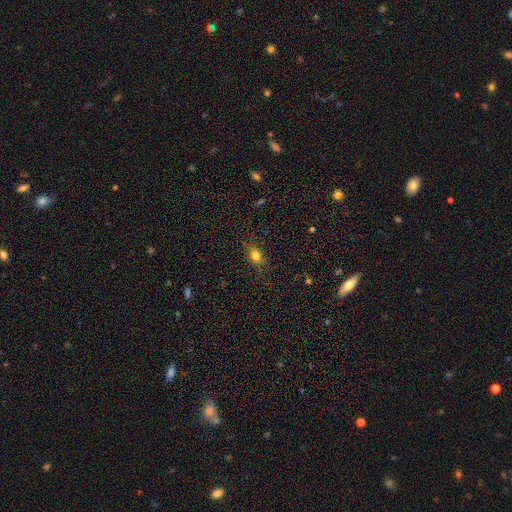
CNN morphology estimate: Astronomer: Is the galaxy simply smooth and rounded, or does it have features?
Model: smooth — 76%.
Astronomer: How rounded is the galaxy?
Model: in between — 62%.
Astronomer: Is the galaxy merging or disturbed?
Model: none — 79%.